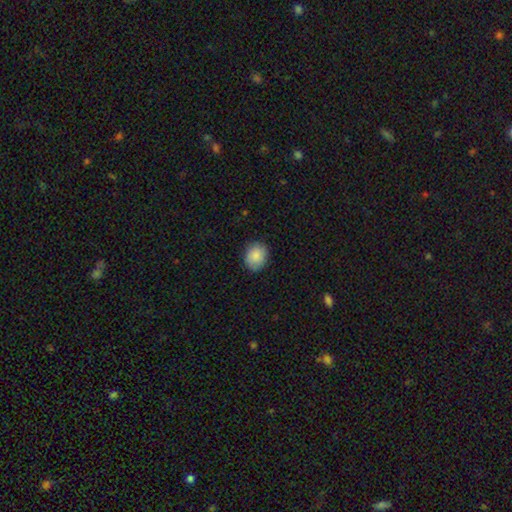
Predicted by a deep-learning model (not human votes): Smooth or featured?
  - smooth: 87% *
  - star or artifact: 7%
  - featured or disk: 6%
How rounded?
  - round: 59% *
  - in between: 40%
  - cigar-shaped: 1%
Merging?
  - none: 83% *
  - minor disturbance: 13%
  - major disturbance: 3%
  - merger: 1%